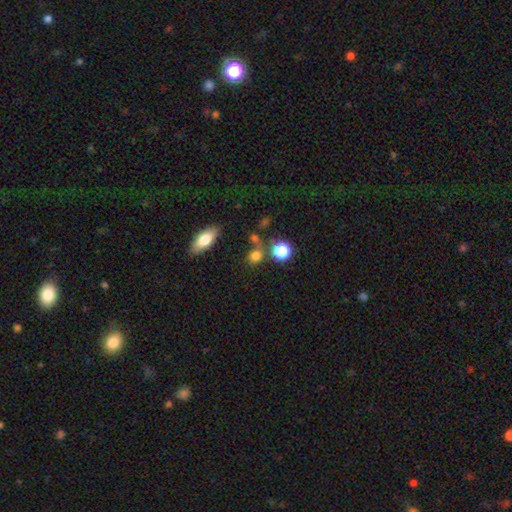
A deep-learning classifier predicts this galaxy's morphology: Smooth or featured?
  - smooth: 76% *
  - star or artifact: 16%
  - featured or disk: 7%
How rounded?
  - round: 71% *
  - in between: 26%
  - cigar-shaped: 2%
Merging?
  - none: 64% *
  - merger: 19%
  - minor disturbance: 12%
  - major disturbance: 5%